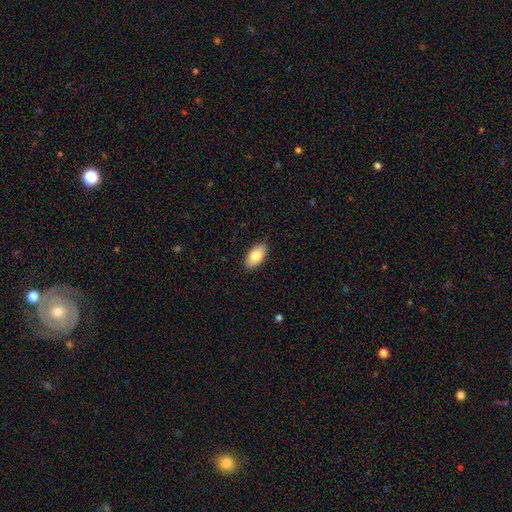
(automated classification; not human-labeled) smooth 81%, featured or disk 13%, star or artifact 6%. Down the decision tree: how rounded — in between (94%); merging — none (88%).